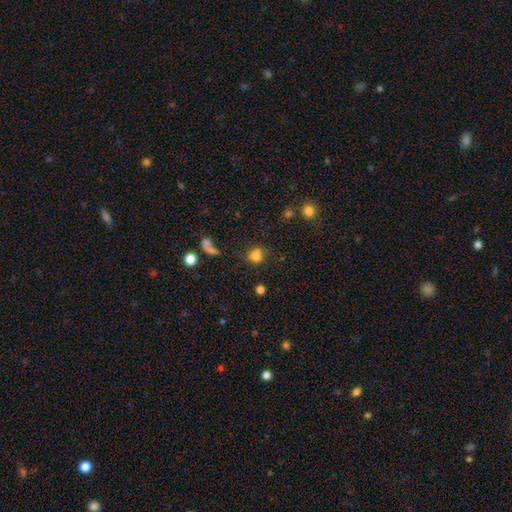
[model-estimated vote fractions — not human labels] This is likely a smooth galaxy (75%). How rounded: likely round (60%). Merging: possibly none (56%).